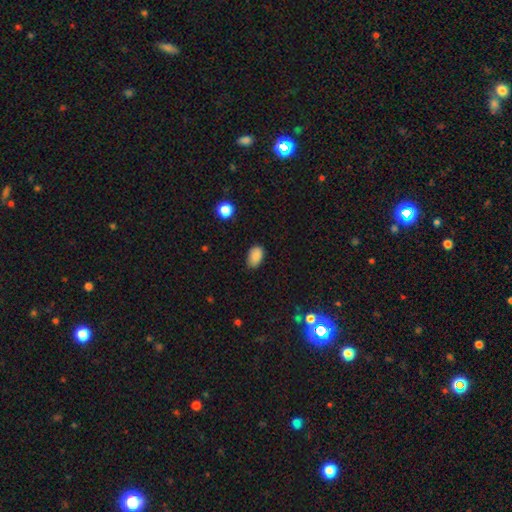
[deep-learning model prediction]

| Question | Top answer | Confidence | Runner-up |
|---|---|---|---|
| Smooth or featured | smooth | 87% | star or artifact (9%) |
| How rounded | in between | 89% | round (10%) |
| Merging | none | 78% | minor disturbance (18%) |